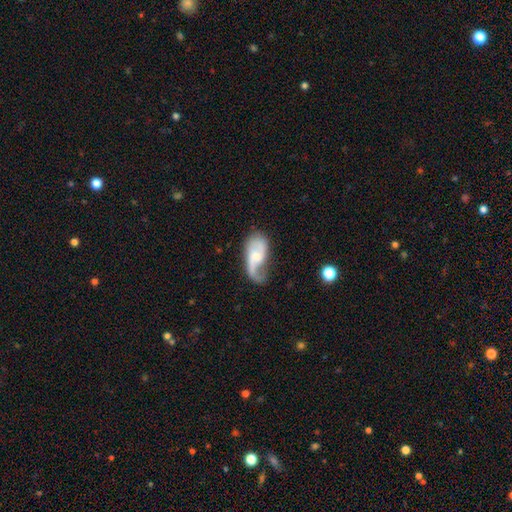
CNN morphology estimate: Smooth or featured?
  - featured or disk: 67% *
  - smooth: 26%
  - star or artifact: 7%
Edge-on disk?
  - no: 95% *
  - yes: 5%
Bar?
  - no: 51% *
  - weak: 40%
  - strong: 10%
Spiral arms?
  - yes: 89% *
  - no: 11%
Spiral winding?
  - loose: 62% *
  - medium: 29%
  - tight: 9%
Spiral arm count?
  - 2: 59% *
  - 1: 33%
  - can't tell: 6%
  - 3: 1%
  - 4: 1%
  - more than 4: 1%
Bulge size?
  - moderate: 36% *
  - small: 35%
  - none: 20%
  - large: 8%
  - dominant: 2%
Merging?
  - none: 41% *
  - major disturbance: 28%
  - minor disturbance: 27%
  - merger: 4%